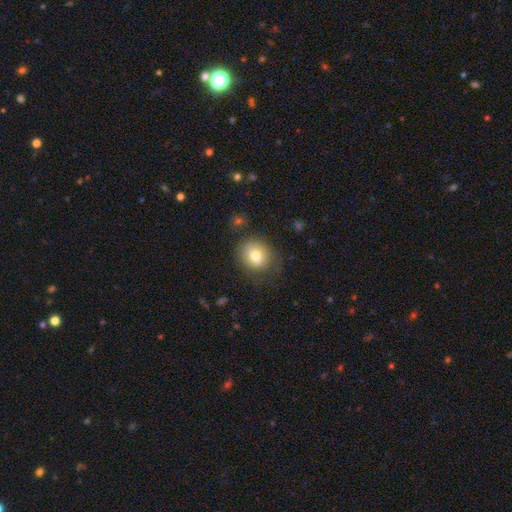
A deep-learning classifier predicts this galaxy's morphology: smooth 76%, featured or disk 14%, star or artifact 9%. Down the decision tree: how rounded — round (69%); merging — none (74%).